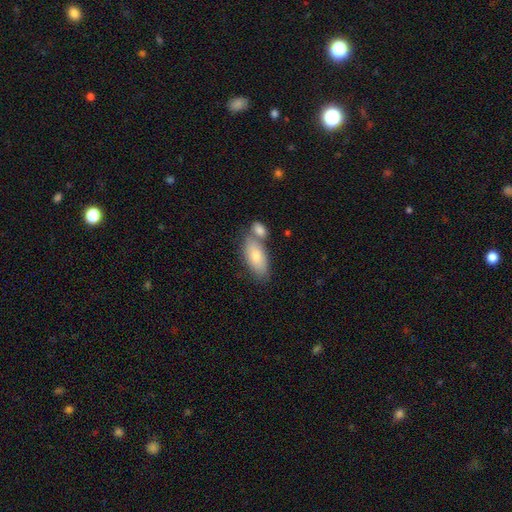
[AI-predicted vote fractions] smooth 74%, featured or disk 19%, star or artifact 6%. Down the decision tree: how rounded — in between (87%); merging — none (50%).